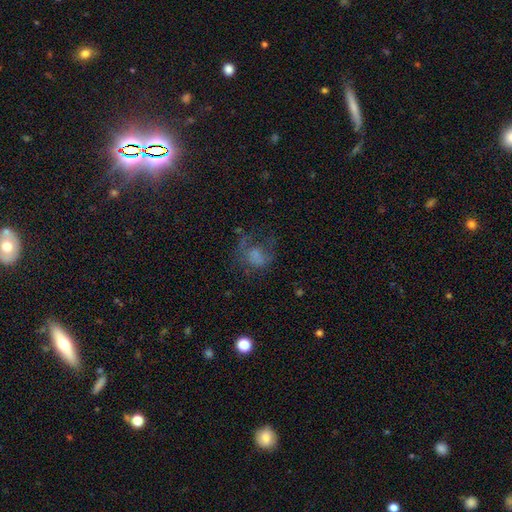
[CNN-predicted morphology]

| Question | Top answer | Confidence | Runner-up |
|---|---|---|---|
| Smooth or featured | smooth | 39% | featured or disk (33%) |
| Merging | none | 42% | major disturbance (35%) |